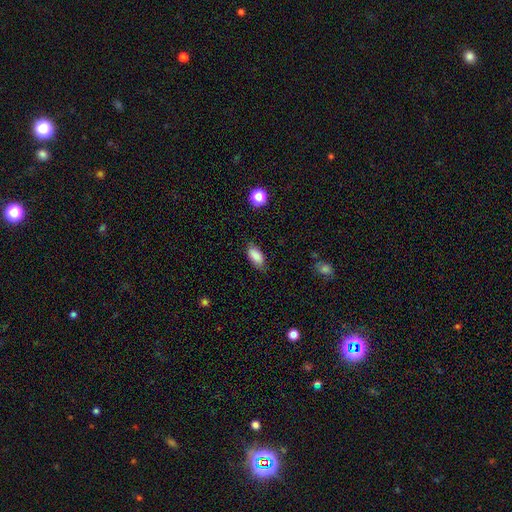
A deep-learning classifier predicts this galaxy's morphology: This is clearly a smooth galaxy (87%). How rounded: clearly in between (89%). Merging: likely none (77%).